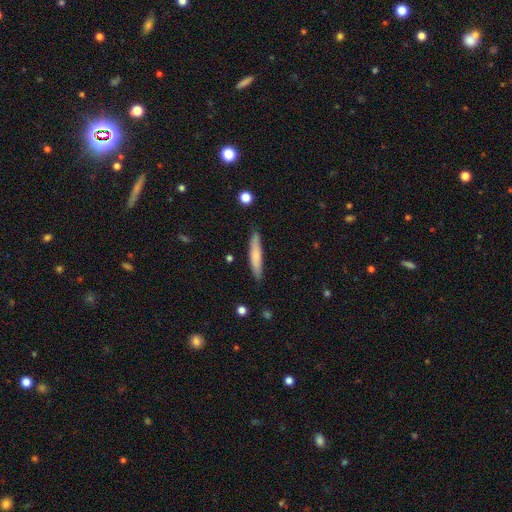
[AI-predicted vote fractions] smooth_or_featured: smooth (p=0.69) [alt: featured or disk p=0.25]
how_rounded: cigar-shaped (p=0.89) [alt: in between p=0.10]
merging: none (p=0.86) [alt: minor disturbance p=0.11]